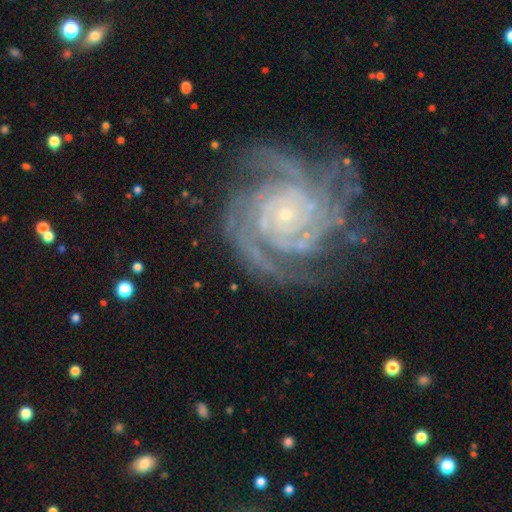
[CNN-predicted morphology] Smooth or featured?
  - featured or disk: 91% *
  - star or artifact: 6%
  - smooth: 3%
Edge-on disk?
  - no: 98% *
  - yes: 2%
Bar?
  - no: 77% *
  - weak: 15%
  - strong: 8%
Spiral arms?
  - yes: 98% *
  - no: 2%
Spiral winding?
  - tight: 77% *
  - medium: 20%
  - loose: 3%
Spiral arm count?
  - 4: 26% *
  - 3: 23%
  - 2: 16%
  - can't tell: 14%
  - more than 4: 13%
  - 1: 8%
Bulge size?
  - small: 87% *
  - moderate: 8%
  - none: 2%
  - large: 1%
  - dominant: 1%
Merging?
  - none: 69% *
  - minor disturbance: 18%
  - major disturbance: 10%
  - merger: 3%